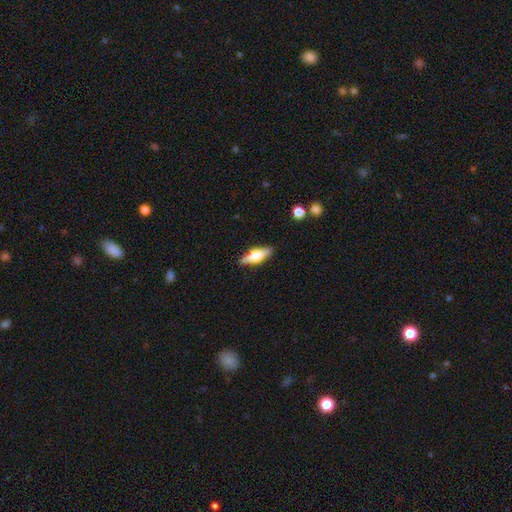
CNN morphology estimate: This appears to be a featured or disk galaxy (56%) viewed edge-on (95%) with a rounded central bulge (91%). Merging: none (88%).